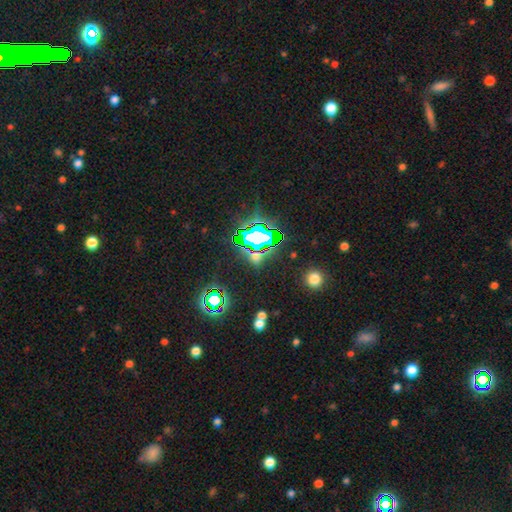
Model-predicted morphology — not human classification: type=star or artifact (71%).